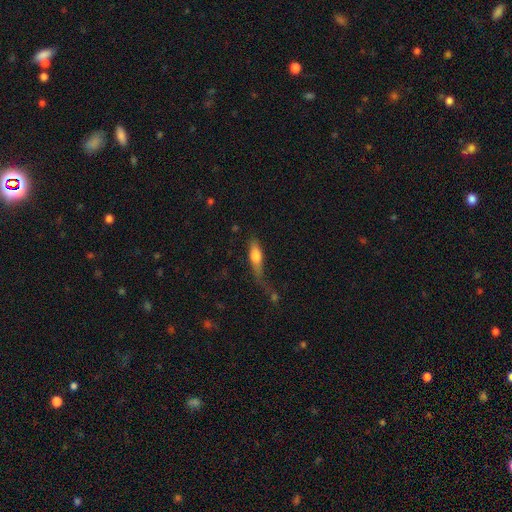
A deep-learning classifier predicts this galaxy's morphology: Smooth or featured? smooth (67%)
How rounded? in between (49%)
Merging? none (38%)